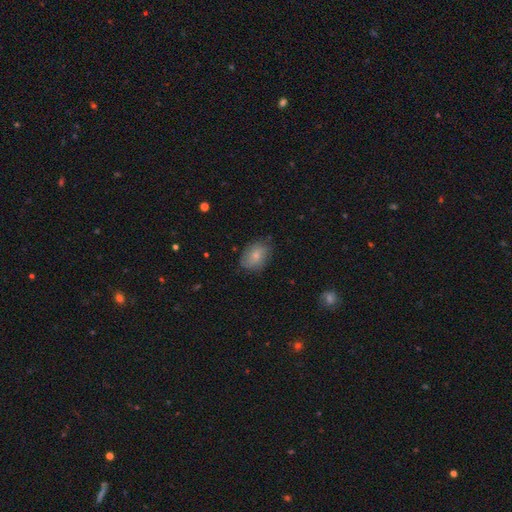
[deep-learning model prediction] Smooth or featured? Predicted: smooth (p=0.64). How rounded? Predicted: in between (p=0.77). Merging? Predicted: none (p=0.71).